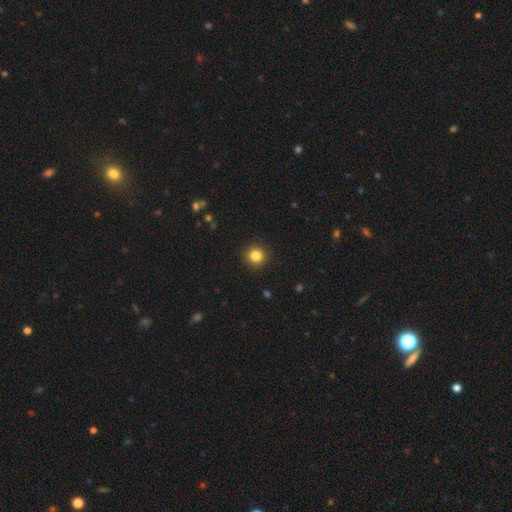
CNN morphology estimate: smooth 84%, star or artifact 11%, featured or disk 5%. Down the decision tree: how rounded — round (93%); merging — none (92%).